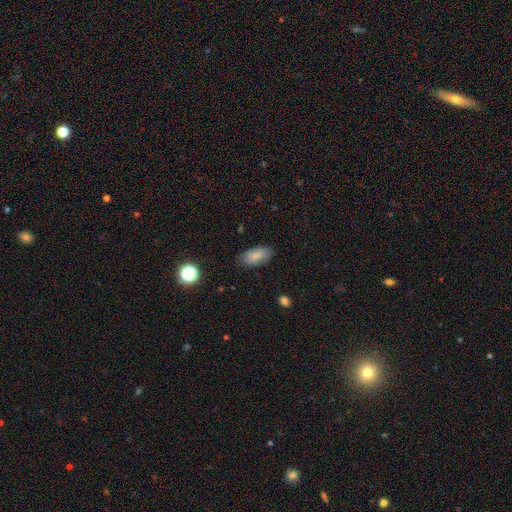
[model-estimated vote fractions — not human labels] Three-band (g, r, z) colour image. It shows a smooth galaxy with no disk features (83%) that is in between round and cigar-shaped (90%). Merging: none (80%).